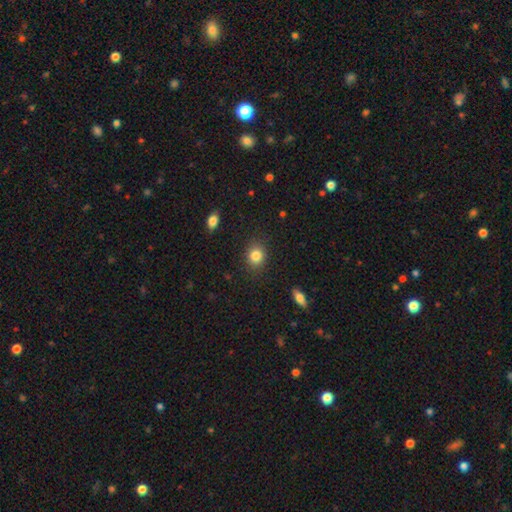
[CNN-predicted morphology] smooth 84%, star or artifact 10%, featured or disk 6%. Down the decision tree: how rounded — round (64%); merging — none (86%).